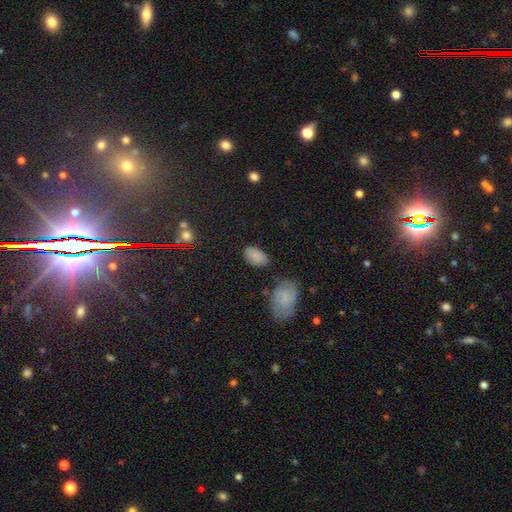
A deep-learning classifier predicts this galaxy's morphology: type=smooth (83%); roundness=in between (93%); merging=none (69%).